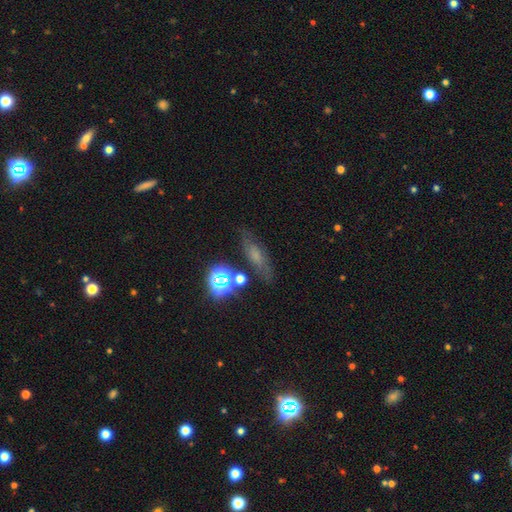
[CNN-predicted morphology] This appears to be a smooth galaxy with no disk features (45%). Merging: none (69%).